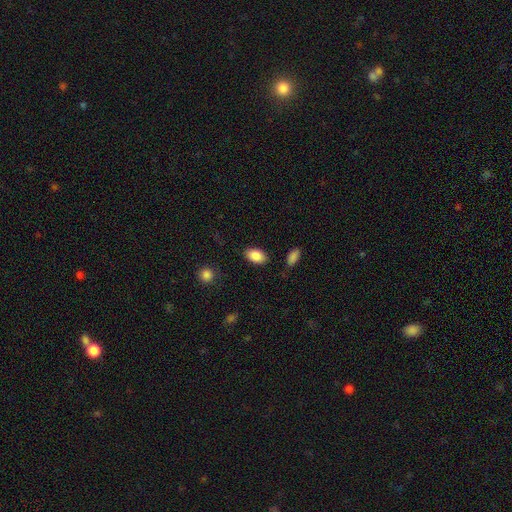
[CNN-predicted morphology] smooth 88%, star or artifact 7%, featured or disk 5%. Down the decision tree: how rounded — in between (92%); merging — none (85%).